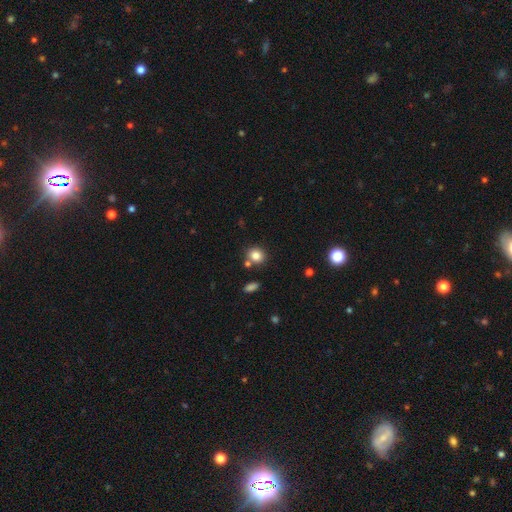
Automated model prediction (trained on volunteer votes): A smooth galaxy with no disk features (82%) that is round (73%). Merging: none (75%).